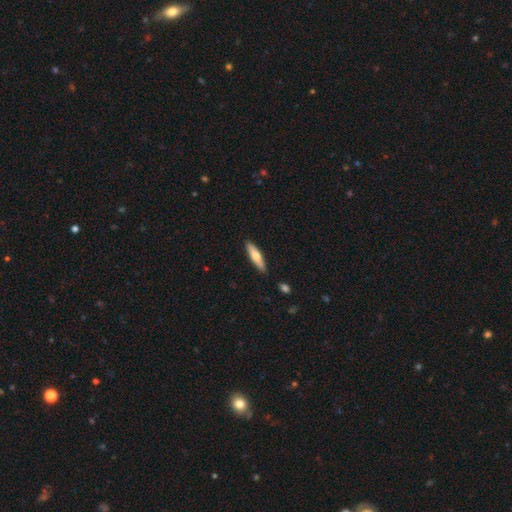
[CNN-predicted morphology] Q: Smooth or featured?
A: smooth (61%); runner-up: featured or disk (33%)
Q: How rounded?
A: cigar-shaped (76%); runner-up: in between (23%)
Q: Merging?
A: none (89%); runner-up: minor disturbance (8%)